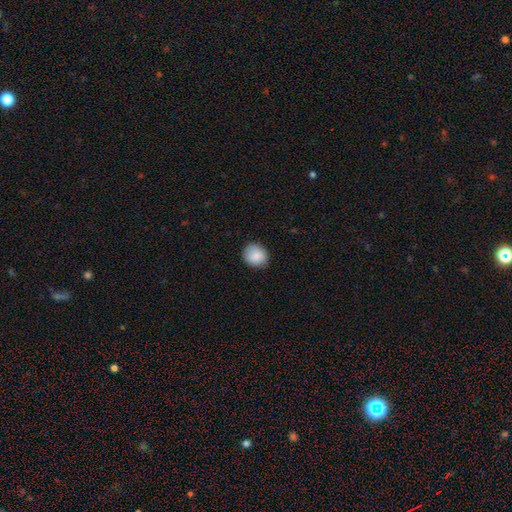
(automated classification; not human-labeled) Smooth or featured? smooth (87%)
How rounded? round (77%)
Merging? none (83%)